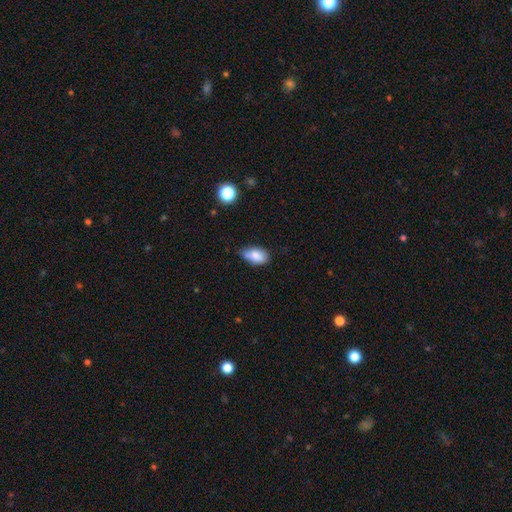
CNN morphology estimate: This appears to be a smooth galaxy with no disk features (81%) that is in between round and cigar-shaped (91%). Merging: none (53%).